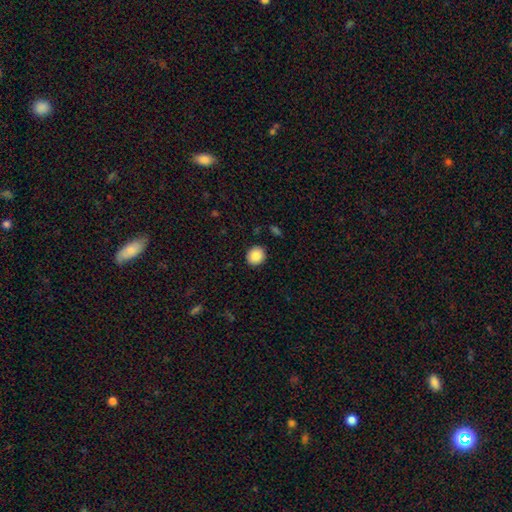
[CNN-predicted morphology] Smooth or featured?
  - smooth: 88% *
  - star or artifact: 8%
  - featured or disk: 4%
How rounded?
  - round: 83% *
  - in between: 16%
  - cigar-shaped: 1%
Merging?
  - none: 91% *
  - minor disturbance: 6%
  - major disturbance: 2%
  - merger: 1%